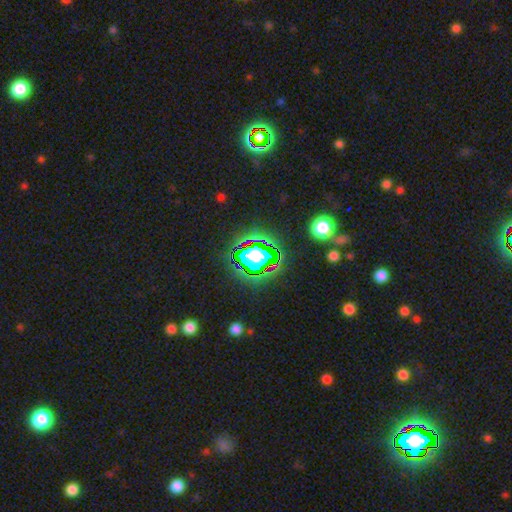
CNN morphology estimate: smooth_or_featured: star or artifact (p=0.70) [alt: smooth p=0.20]